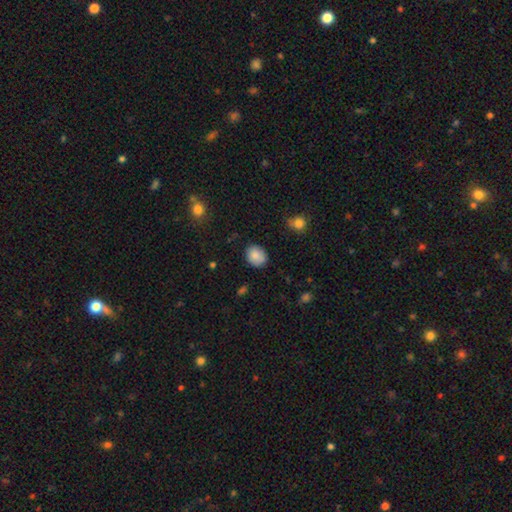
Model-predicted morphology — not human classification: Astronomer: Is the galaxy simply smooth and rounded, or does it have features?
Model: smooth — 86%.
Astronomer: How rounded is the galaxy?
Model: round — 52% (runner-up: in between, 48%).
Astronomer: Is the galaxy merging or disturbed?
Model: none — 82%.